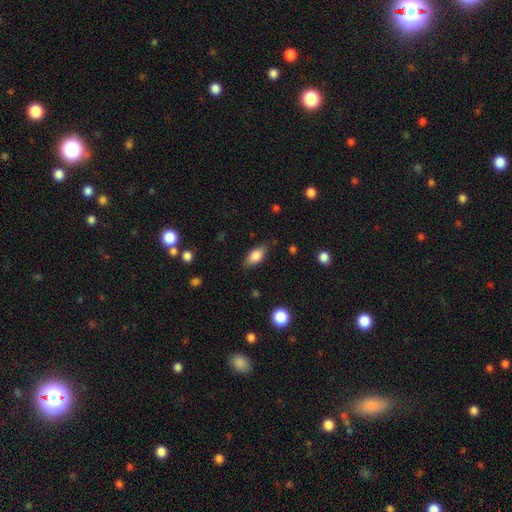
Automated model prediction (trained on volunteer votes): Smooth or featured?
  - smooth: 76% *
  - featured or disk: 16%
  - star or artifact: 8%
How rounded?
  - in between: 85% *
  - cigar-shaped: 9%
  - round: 5%
Merging?
  - none: 81% *
  - minor disturbance: 14%
  - major disturbance: 3%
  - merger: 1%